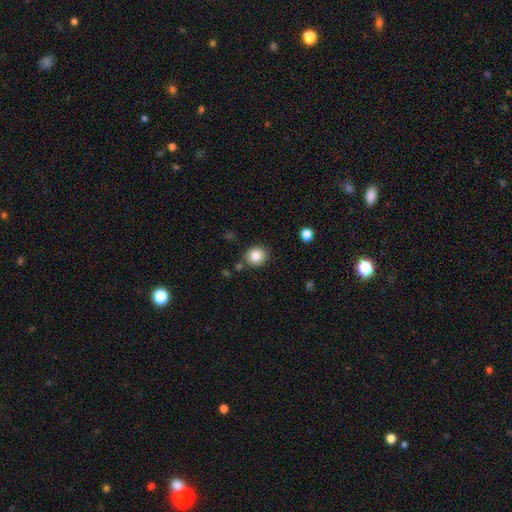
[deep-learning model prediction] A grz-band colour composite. It shows a smooth galaxy with no disk features (84%) that is round (83%). Merging: none (83%).